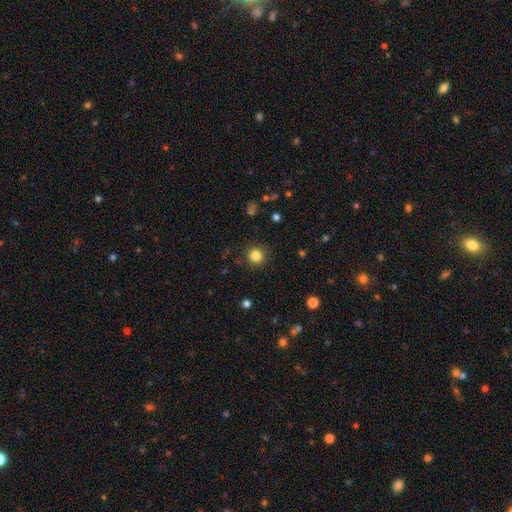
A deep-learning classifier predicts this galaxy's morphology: Smooth or featured?
  - smooth: 83% *
  - star or artifact: 12%
  - featured or disk: 5%
How rounded?
  - round: 94% *
  - in between: 5%
  - cigar-shaped: 1%
Merging?
  - none: 90% *
  - minor disturbance: 7%
  - major disturbance: 3%
  - merger: 1%